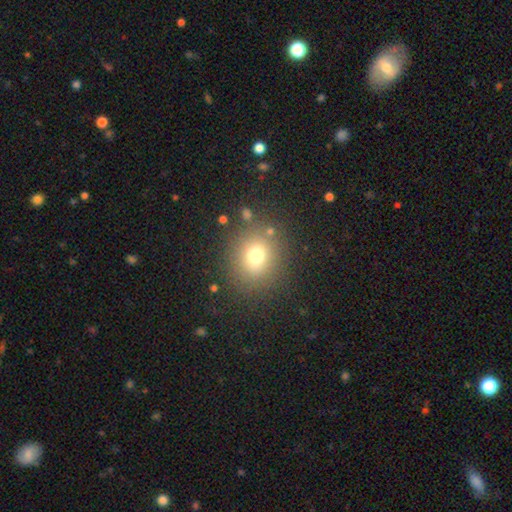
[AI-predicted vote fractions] smooth 72%, star or artifact 17%, featured or disk 11%. Down the decision tree: how rounded — round (79%); merging — none (82%).